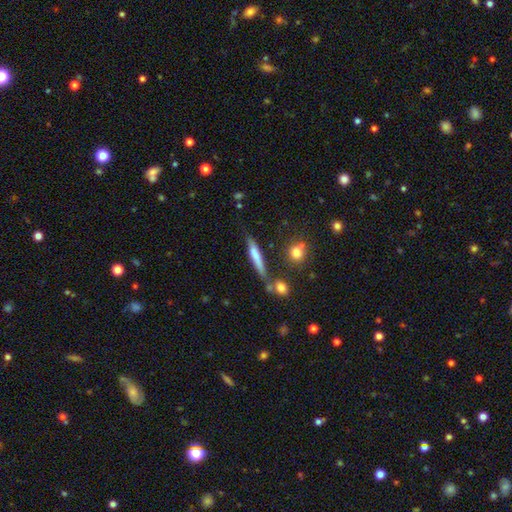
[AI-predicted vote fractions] Smooth or featured: smooth — 63% (featured or disk — 29%)
How rounded: cigar-shaped — 87% (in between — 10%)
Merging: none — 62% (minor disturbance — 20%)